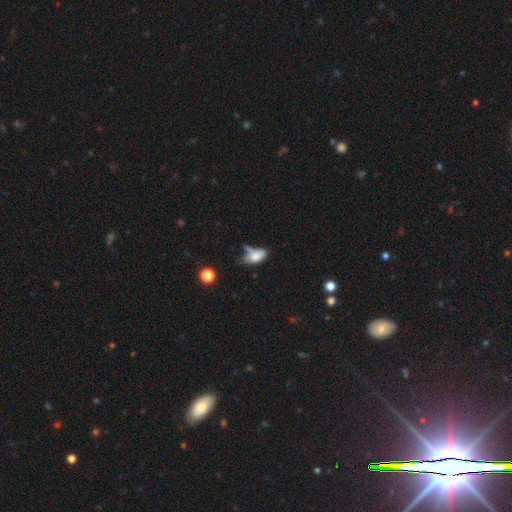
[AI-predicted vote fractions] Overall: smooth (74%). How rounded: in between (88%). Merging: none (33%; minor disturbance 28%).